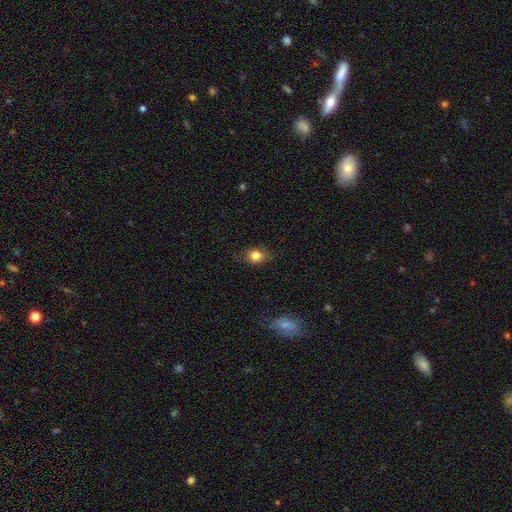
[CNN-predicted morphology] type=smooth (82%); roundness=round (53%); merging=none (81%).